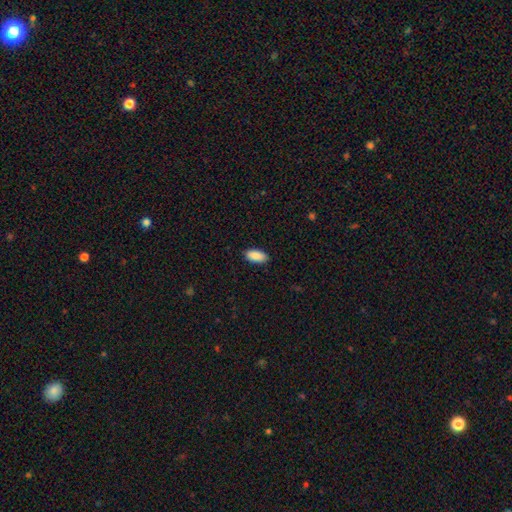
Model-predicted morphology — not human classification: smooth 91%, star or artifact 6%, featured or disk 3%. Down the decision tree: how rounded — in between (93%); merging — none (89%).